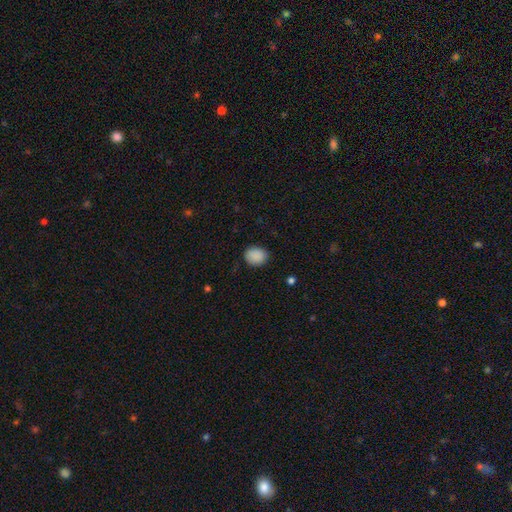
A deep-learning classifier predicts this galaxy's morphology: A smooth galaxy with no disk features (89%) that is round (53%).

Vote fractions:
- Smooth or featured? smooth: 89% / star or artifact: 8% / featured or disk: 3%
- How rounded? round: 53% / in between: 46% / cigar-shaped: 1%
- Merging? none: 83% / minor disturbance: 13% / major disturbance: 3% / merger: 1%